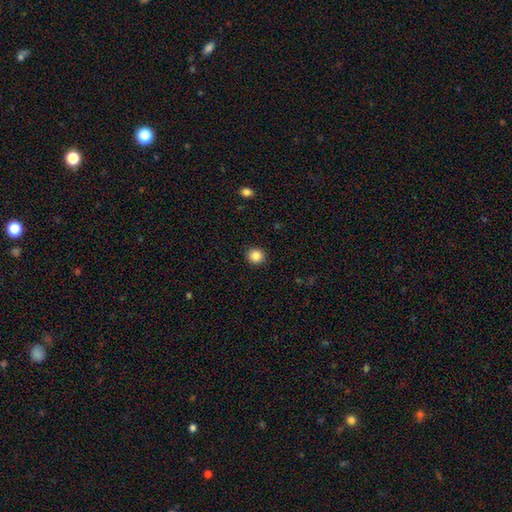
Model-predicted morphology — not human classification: Smooth or featured? Predicted: smooth (p=0.86). How rounded? Predicted: round (p=0.90). Merging? Predicted: none (p=0.92).